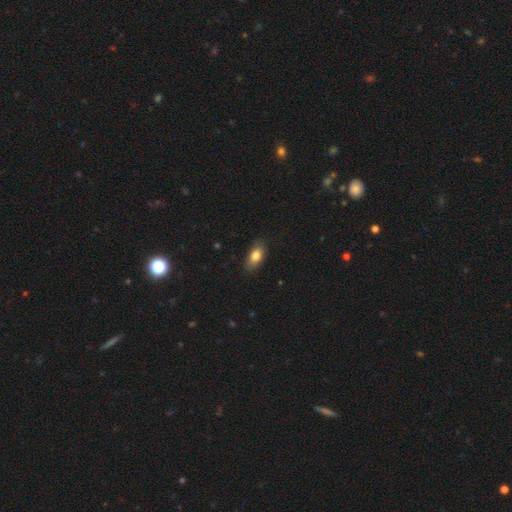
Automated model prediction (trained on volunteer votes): This is clearly a smooth galaxy (81%). How rounded: clearly in between (86%). Merging: clearly none (83%).